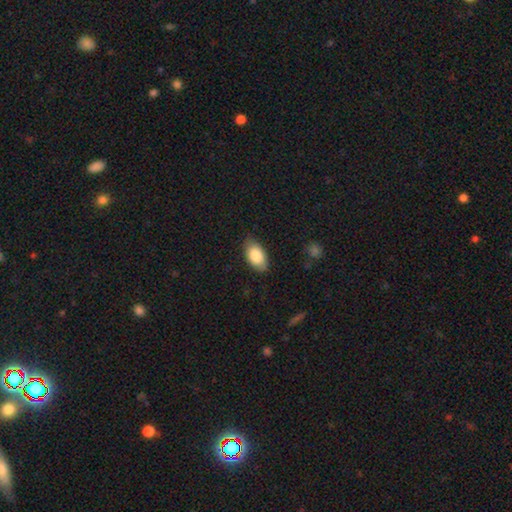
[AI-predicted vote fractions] Smooth or featured: smooth — 83% (featured or disk — 11%)
How rounded: in between — 93% (round — 4%)
Merging: none — 81% (minor disturbance — 15%)